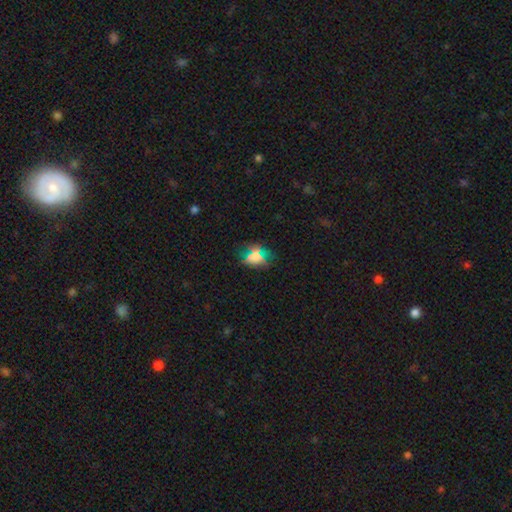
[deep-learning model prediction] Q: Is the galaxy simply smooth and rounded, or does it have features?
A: smooth — 64%.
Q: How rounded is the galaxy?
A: in between — 52%.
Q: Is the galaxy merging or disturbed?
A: none — 71%.